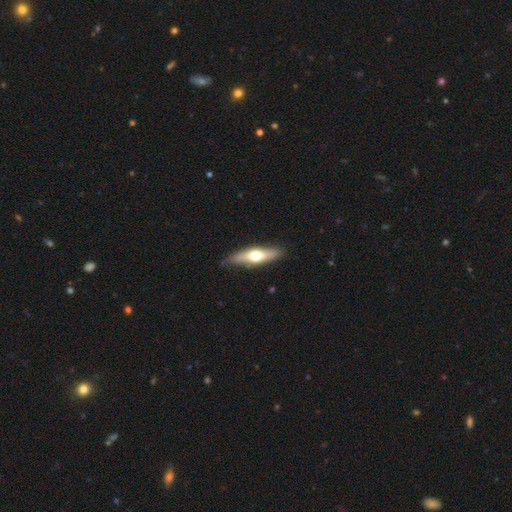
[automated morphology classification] Q: Smooth or featured?
A: smooth (50%); runner-up: featured or disk (45%)
Q: How rounded?
A: cigar-shaped (70%); runner-up: in between (28%)
Q: Merging?
A: none (82%); runner-up: minor disturbance (14%)